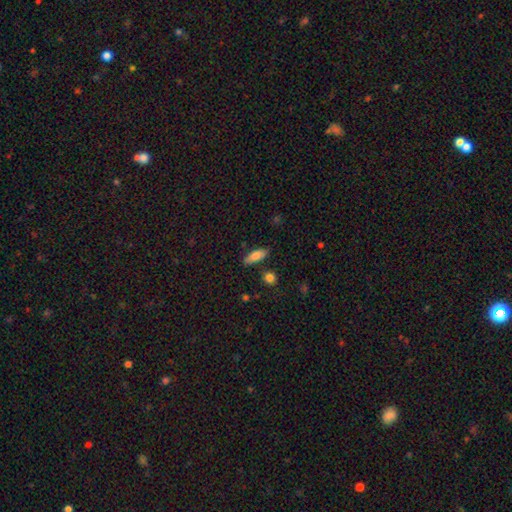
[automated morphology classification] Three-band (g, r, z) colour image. It shows a smooth galaxy with no disk features (81%) that is in between round and cigar-shaped (66%). Merging: none (81%).